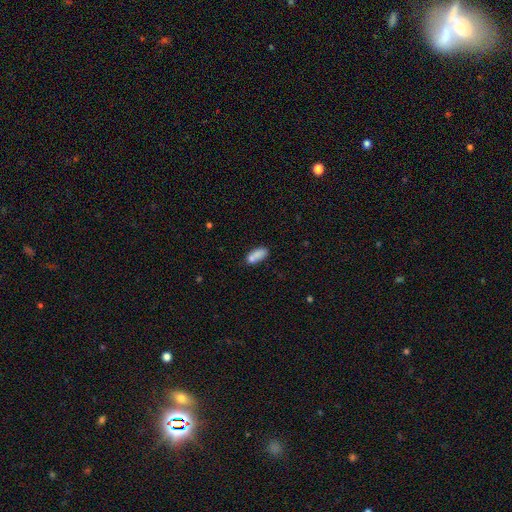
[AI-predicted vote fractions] A smooth galaxy with no disk features (79%) that is in between round and cigar-shaped (82%).

Vote fractions:
- Smooth or featured? smooth: 79% / featured or disk: 13% / star or artifact: 9%
- How rounded? in between: 82% / cigar-shaped: 14% / round: 4%
- Merging? none: 49% / merger: 29% / minor disturbance: 17% / major disturbance: 6%